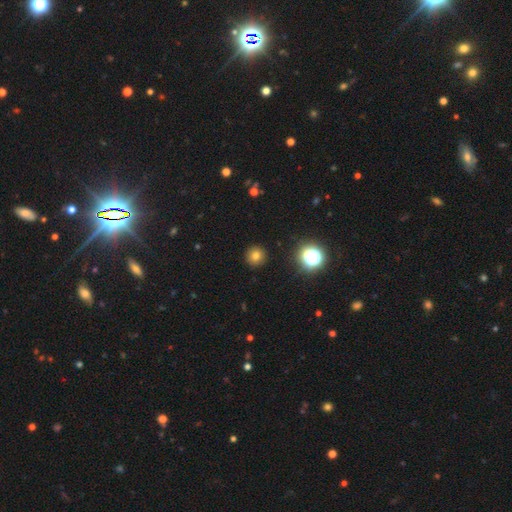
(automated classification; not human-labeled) smooth_or_featured: smooth (p=0.75) [alt: star or artifact p=0.18]
how_rounded: round (p=0.94) [alt: in between p=0.05]
merging: none (p=0.92) [alt: minor disturbance p=0.05]